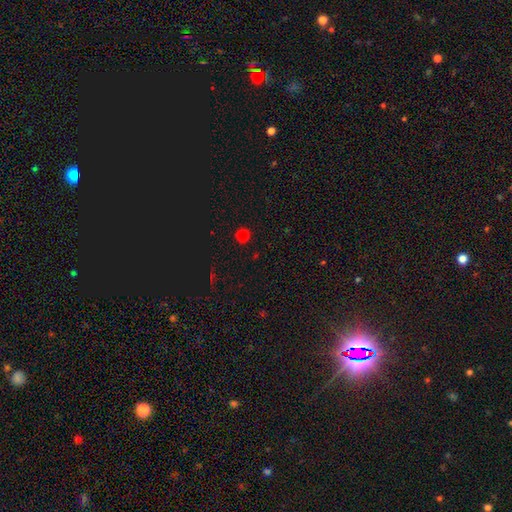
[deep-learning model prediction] smooth-or-featured: smooth: 70% | star or artifact: 26% | featured or disk: 4%
  how-rounded: round: 93% | in between: 6% | cigar-shaped: 1%
  merging: none: 92% | minor disturbance: 5% | major disturbance: 2% | merger: 1%